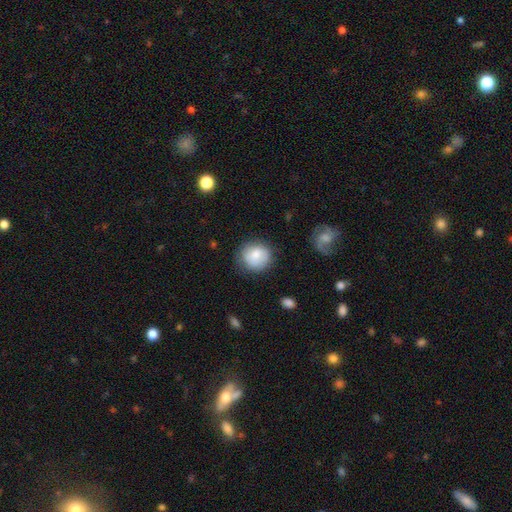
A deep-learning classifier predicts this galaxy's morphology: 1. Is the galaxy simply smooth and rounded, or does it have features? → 76% smooth, 17% featured or disk, 7% star or artifact.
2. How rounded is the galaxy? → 87% round, 12% in between, 1% cigar-shaped.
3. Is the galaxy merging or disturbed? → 77% none, 16% minor disturbance, 5% major disturbance, 2% merger.